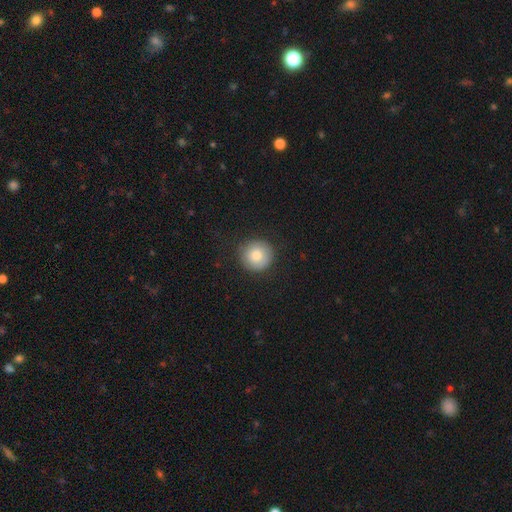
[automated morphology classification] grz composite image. It shows a smooth galaxy with no disk features (78%) that is round (95%). Merging: none (88%).